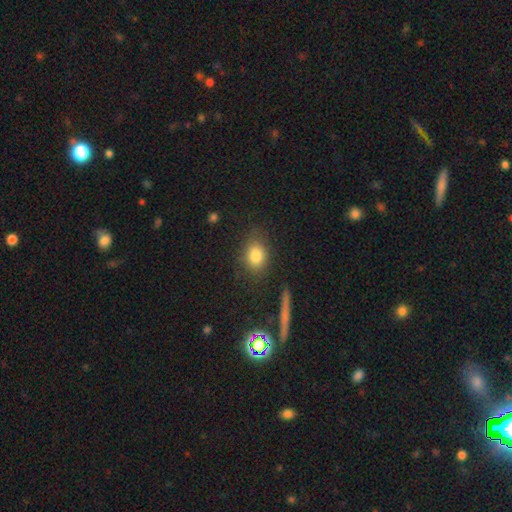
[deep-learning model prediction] smooth 82%, star or artifact 10%, featured or disk 8%. Down the decision tree: how rounded — in between (60%); merging — none (79%).